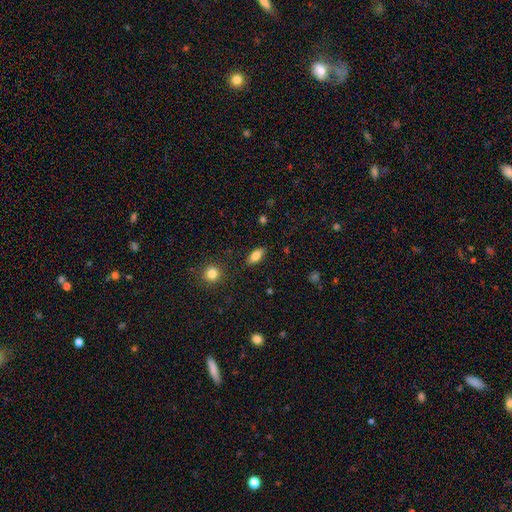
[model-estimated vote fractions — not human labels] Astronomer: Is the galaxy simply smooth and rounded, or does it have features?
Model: smooth — 84%.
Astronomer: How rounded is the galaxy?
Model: in between — 88%.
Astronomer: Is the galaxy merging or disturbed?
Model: none — 85%.